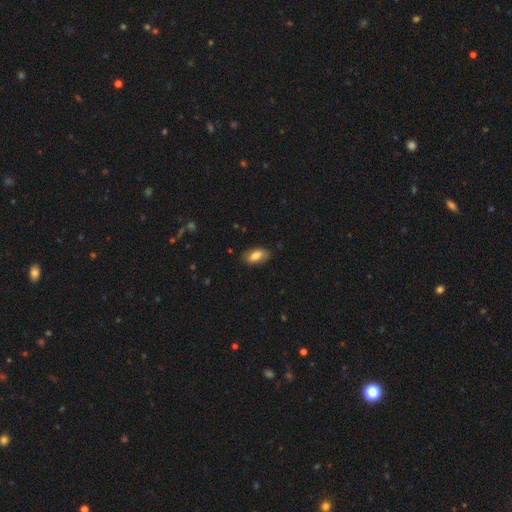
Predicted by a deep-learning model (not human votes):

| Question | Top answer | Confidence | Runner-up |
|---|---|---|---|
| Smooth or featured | smooth | 76% | featured or disk (17%) |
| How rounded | in between | 90% | cigar-shaped (6%) |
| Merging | none | 83% | minor disturbance (13%) |